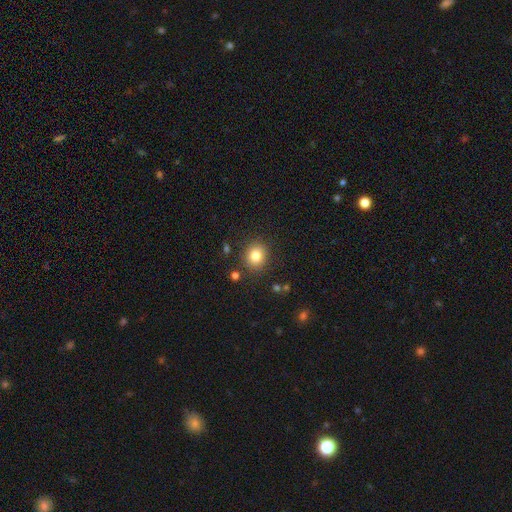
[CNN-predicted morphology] smooth 83%, star or artifact 11%, featured or disk 6%. Down the decision tree: how rounded — round (79%); merging — none (86%).